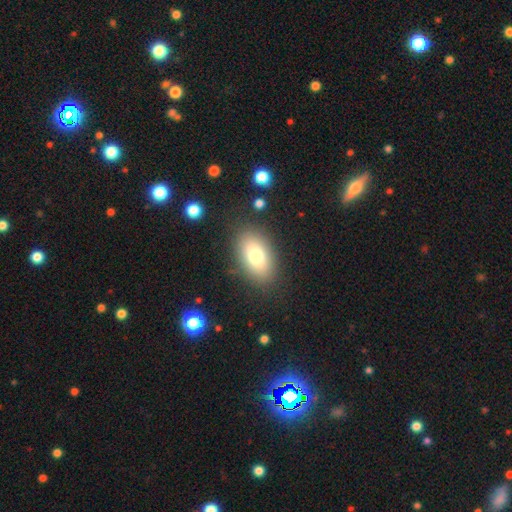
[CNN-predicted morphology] smooth-or-featured: smooth: 76% | featured or disk: 14% | star or artifact: 9%
  how-rounded: in between: 89% | round: 9% | cigar-shaped: 2%
  merging: none: 84% | minor disturbance: 10% | major disturbance: 4% | merger: 2%